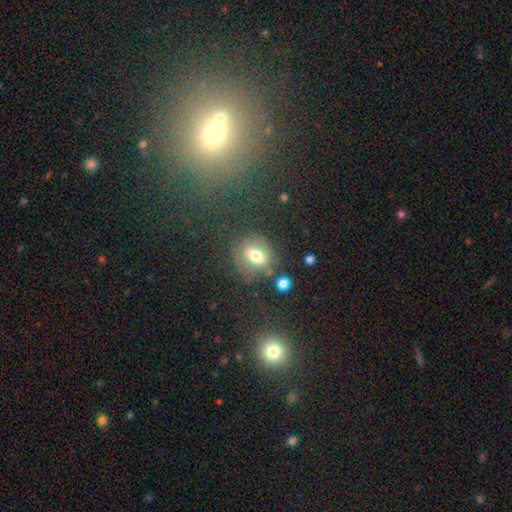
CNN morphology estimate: The model was most divided on "how rounded": in between: 55%, round: 42%, cigar-shaped: 3%. More confident: smooth or featured — smooth (66%); merging — none (65%).